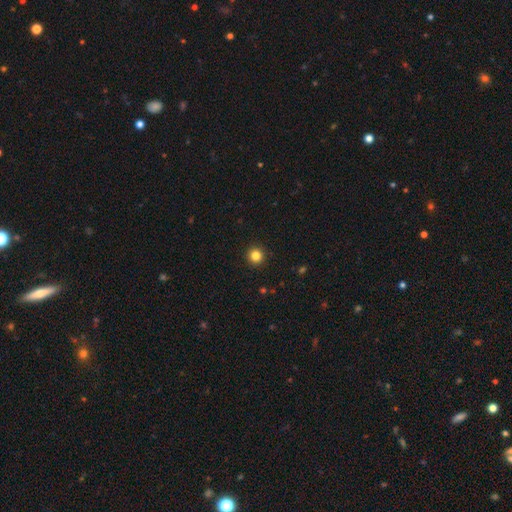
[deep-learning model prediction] Smooth or featured: smooth — 83% (star or artifact — 12%)
How rounded: round — 96% (in between — 3%)
Merging: none — 93% (minor disturbance — 4%)